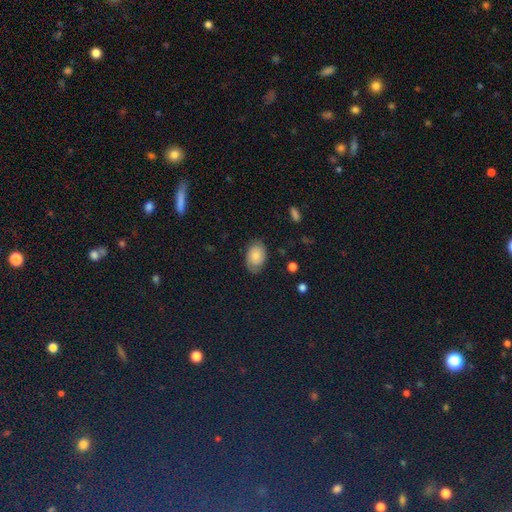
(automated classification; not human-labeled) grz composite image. It shows a smooth galaxy with no disk features (67%) that is in between round and cigar-shaped (85%). Merging: none (78%).